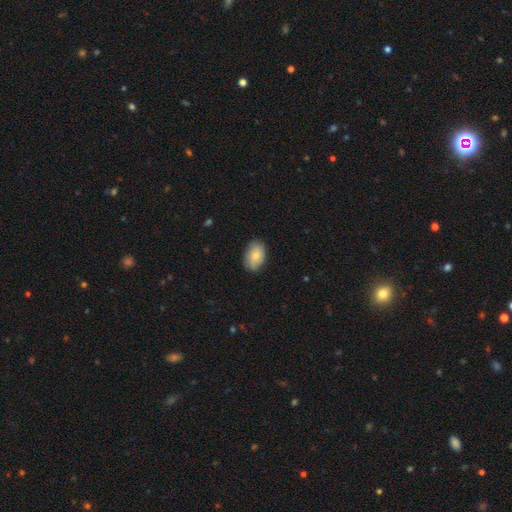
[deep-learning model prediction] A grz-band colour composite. It shows a smooth galaxy with no disk features (76%) that is in between round and cigar-shaped (87%). Merging: none (77%).